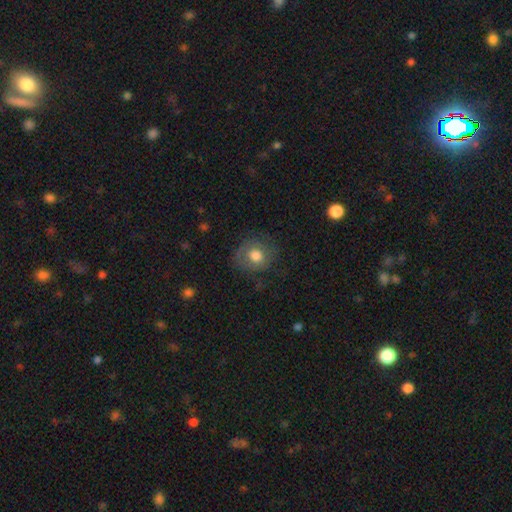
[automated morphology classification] smooth-or-featured: smooth: 63% | featured or disk: 28% | star or artifact: 9%
  how-rounded: round: 78% | in between: 21% | cigar-shaped: 1%
  merging: none: 71% | minor disturbance: 18% | major disturbance: 10% | merger: 1%